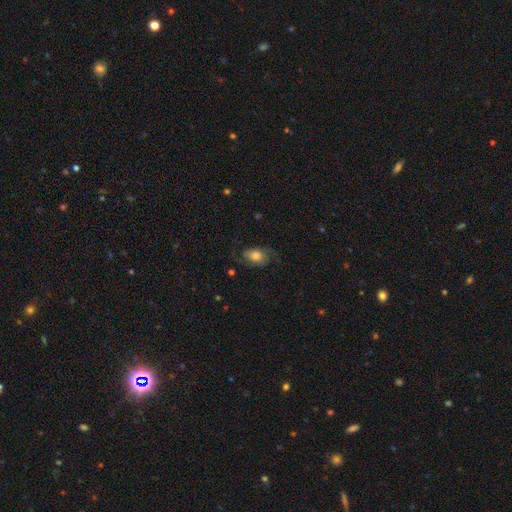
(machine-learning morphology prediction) smooth_or_featured: smooth (p=0.57) [alt: featured or disk p=0.35]
how_rounded: in between (p=0.77) [alt: round p=0.21]
merging: none (p=0.61) [alt: minor disturbance p=0.22]